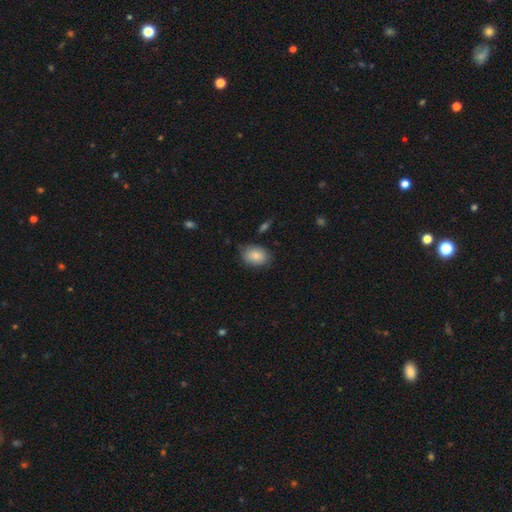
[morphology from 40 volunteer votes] Volunteers were most divided on "merging": none: 79%, minor disturbance: 18%, merger: 3%, major disturbance: 0%. More confident: how rounded — in between (91%); smooth or featured — smooth (88%).